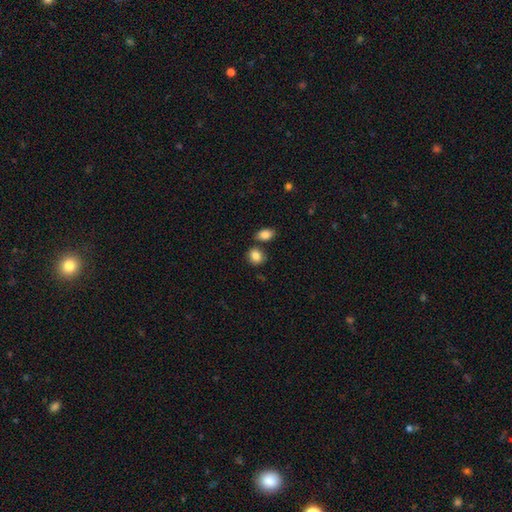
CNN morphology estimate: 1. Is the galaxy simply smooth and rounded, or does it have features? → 86% smooth, 8% star or artifact, 6% featured or disk.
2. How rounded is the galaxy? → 53% round, 46% in between, 1% cigar-shaped.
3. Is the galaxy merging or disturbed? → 69% none, 15% merger, 12% minor disturbance, 3% major disturbance.